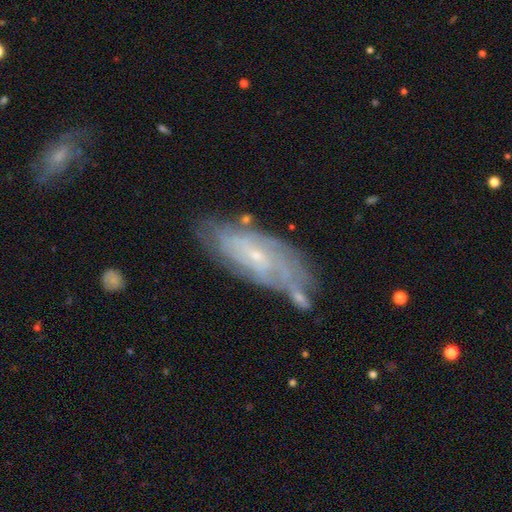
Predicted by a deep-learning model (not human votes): The model was most divided on "bar": no: 62%, weak: 31%, strong: 7%. More confident: edge-on disk — no (88%); spiral arms — yes (88%); bulge size — small (81%); smooth or featured — featured or disk (76%); spiral winding — tight (67%); merging — none (61%); spiral arm count — can't tell (56%).